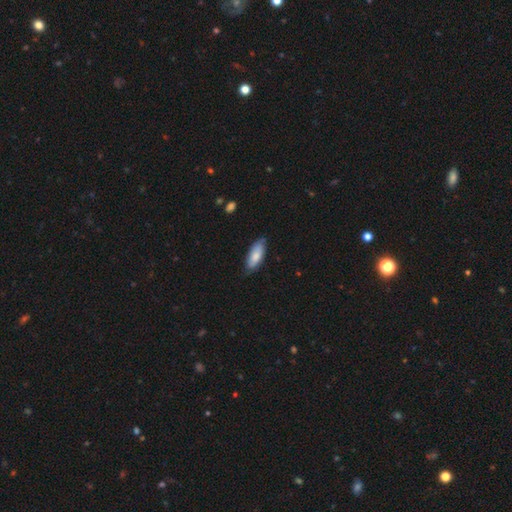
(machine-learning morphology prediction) smooth-or-featured: smooth: 77% | featured or disk: 18% | star or artifact: 6%
  how-rounded: in between: 78% | cigar-shaped: 20% | round: 2%
  merging: none: 73% | minor disturbance: 23% | major disturbance: 3% | merger: 1%